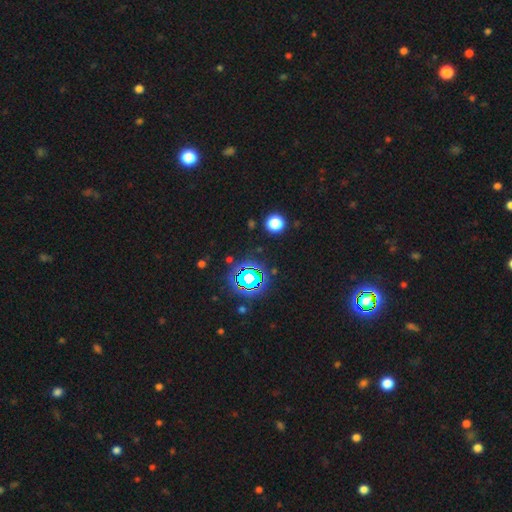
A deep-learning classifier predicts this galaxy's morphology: smooth-or-featured: star or artifact: 80% | smooth: 12% | featured or disk: 7%